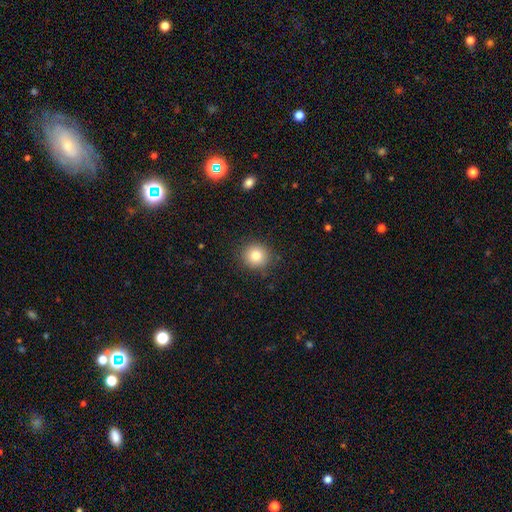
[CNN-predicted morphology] type=smooth (81%); roundness=round (88%); merging=none (89%).